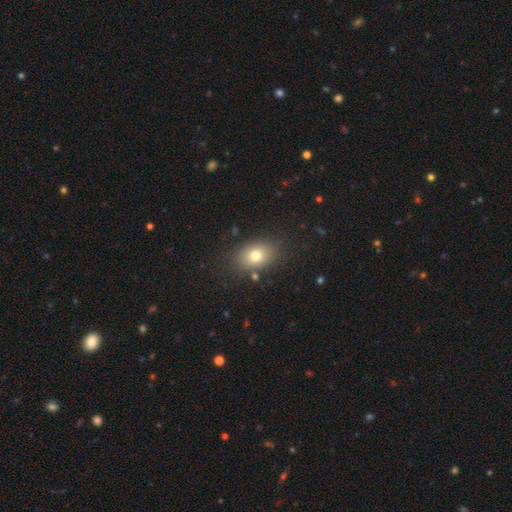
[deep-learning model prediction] This appears to be a smooth galaxy with no disk features (76%) that is in between round and cigar-shaped (73%). Merging: none (81%).